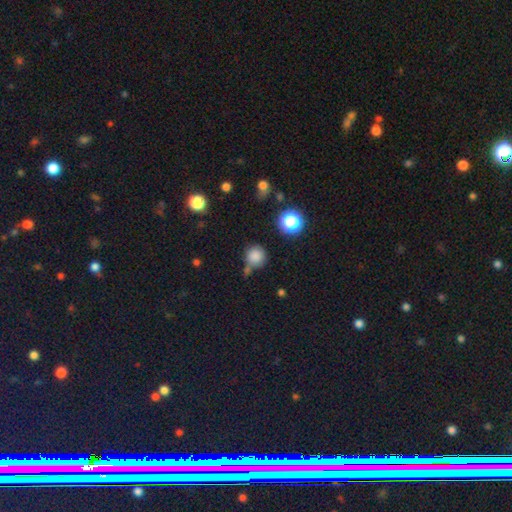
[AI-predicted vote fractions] Smooth or featured: smooth — 82% (star or artifact — 13%)
How rounded: round — 92% (in between — 7%)
Merging: none — 66% (minor disturbance — 16%)